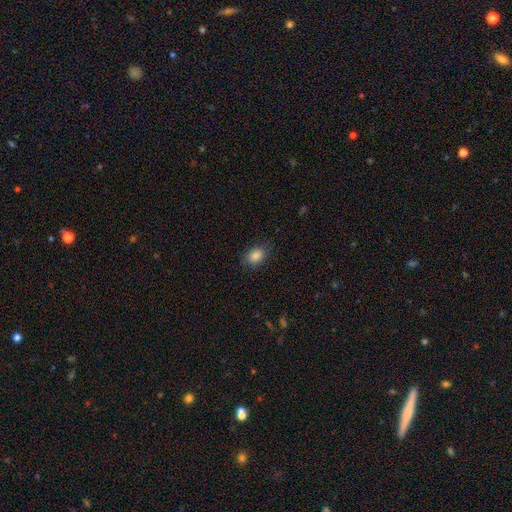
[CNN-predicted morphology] Smooth or featured? smooth (86%)
How rounded? in between (71%)
Merging? none (81%)